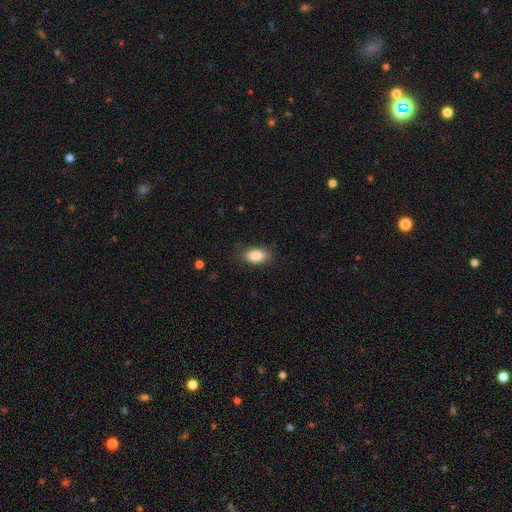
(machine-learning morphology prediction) smooth-or-featured: smooth: 86% | star or artifact: 8% | featured or disk: 6%
  how-rounded: in between: 90% | round: 7% | cigar-shaped: 3%
  merging: none: 84% | minor disturbance: 12% | major disturbance: 3% | merger: 1%